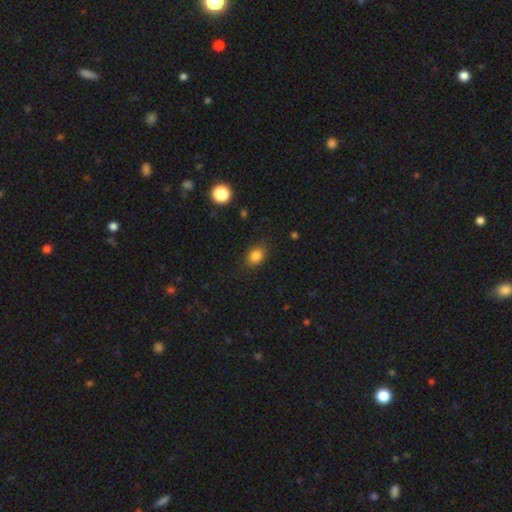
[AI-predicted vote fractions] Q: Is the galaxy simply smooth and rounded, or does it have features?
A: smooth — 84%.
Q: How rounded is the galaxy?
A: in between — 60%.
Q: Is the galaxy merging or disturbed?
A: none — 83%.